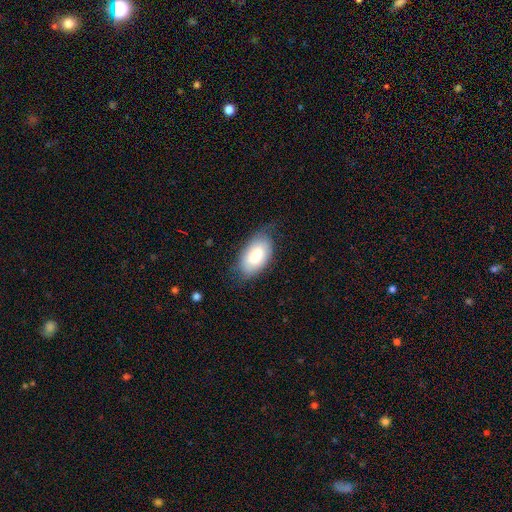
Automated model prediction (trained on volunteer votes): The model was most divided on "merging": none: 69%, minor disturbance: 24%, major disturbance: 6%, merger: 1%. More confident: how rounded — in between (94%); smooth or featured — smooth (79%).